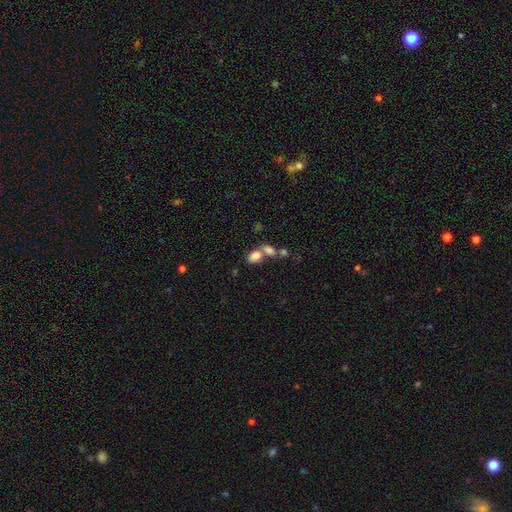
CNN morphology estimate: Smooth or featured? smooth (81%)
How rounded? in between (83%)
Merging? merger (51%)